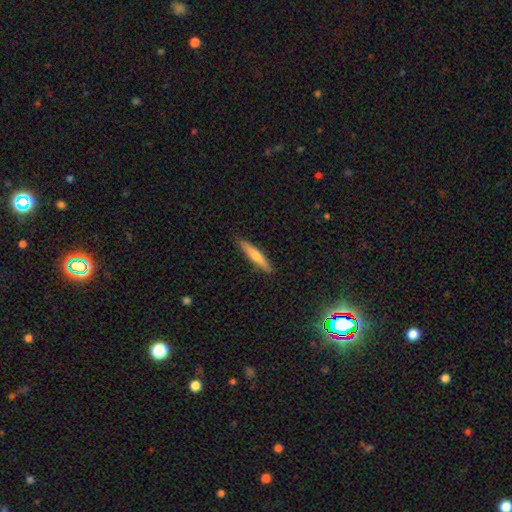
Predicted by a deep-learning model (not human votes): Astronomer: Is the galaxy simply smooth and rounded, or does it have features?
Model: smooth — 54% (runner-up: featured or disk, 38%).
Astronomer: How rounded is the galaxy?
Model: cigar-shaped — 90%.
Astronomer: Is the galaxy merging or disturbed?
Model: none — 89%.